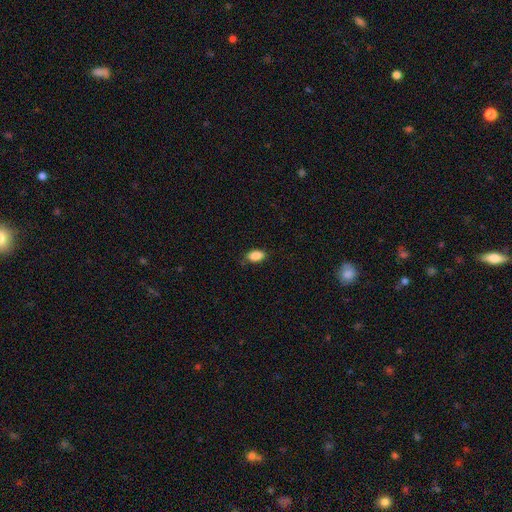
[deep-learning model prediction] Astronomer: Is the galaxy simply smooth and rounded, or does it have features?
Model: smooth — 88%.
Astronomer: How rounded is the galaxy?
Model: in between — 92%.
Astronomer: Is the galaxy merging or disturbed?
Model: none — 79%.